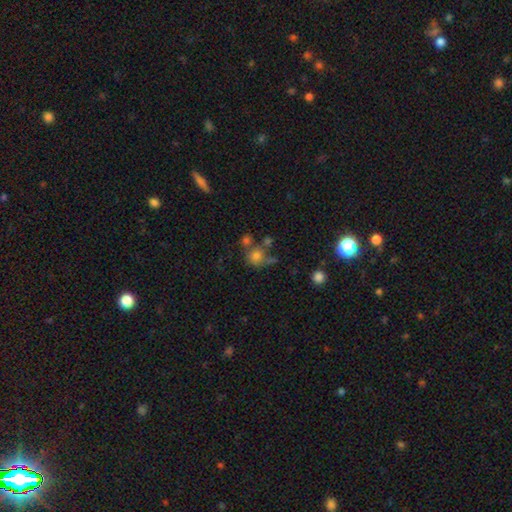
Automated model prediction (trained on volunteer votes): Morphology: type=smooth (72%); roundness=round (77%); merging=none (43%).